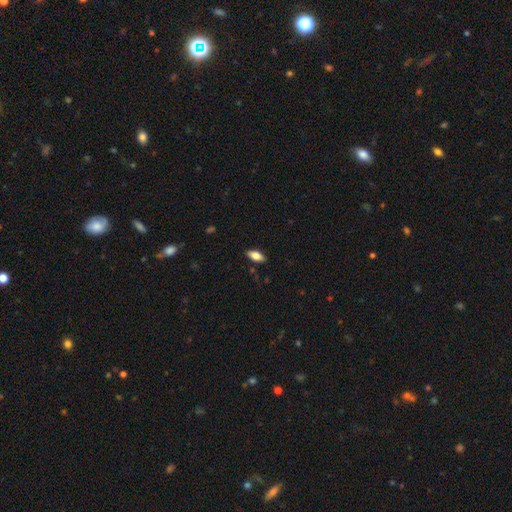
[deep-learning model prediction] The model was most divided on "smooth or featured": smooth: 74%, featured or disk: 19%, star or artifact: 7%. More confident: merging — none (87%); how rounded — in between (85%).